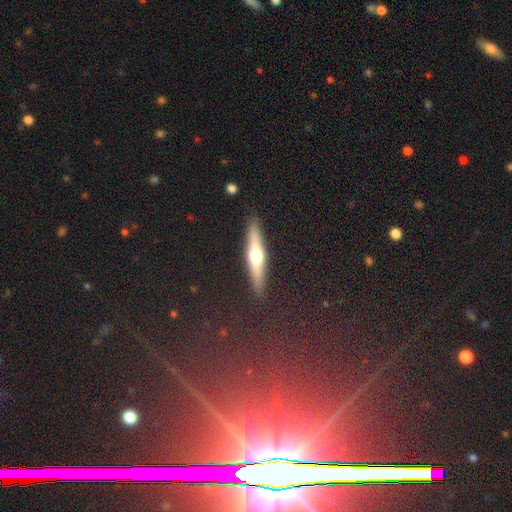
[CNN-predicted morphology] A featured or disk galaxy (51%) viewed edge-on (92%). Merging: none (89%).